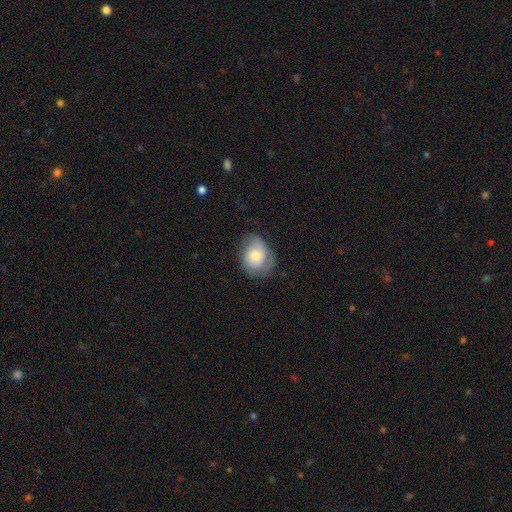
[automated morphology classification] Q: Smooth or featured?
A: smooth (63%); runner-up: featured or disk (30%)
Q: How rounded?
A: in between (57%); runner-up: round (42%)
Q: Merging?
A: none (57%); runner-up: minor disturbance (30%)